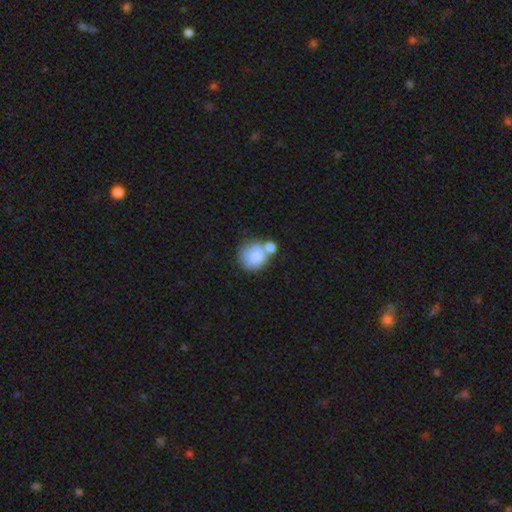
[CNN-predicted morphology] Overall: smooth (81%). How rounded: round (75%). Merging: merger (41%; none 38%).